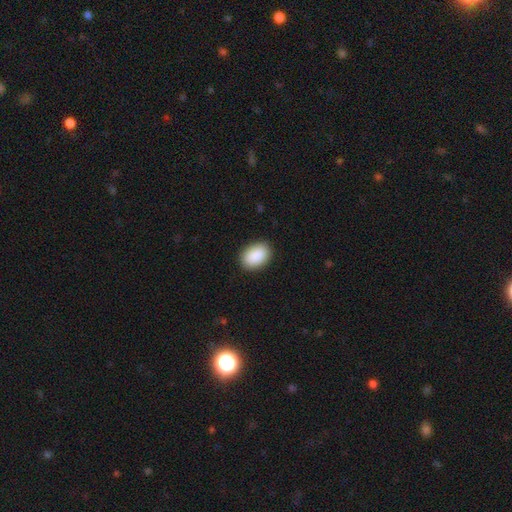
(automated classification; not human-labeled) Smooth or featured: smooth — 91% (star or artifact — 6%)
How rounded: in between — 86% (round — 13%)
Merging: none — 89% (minor disturbance — 8%)